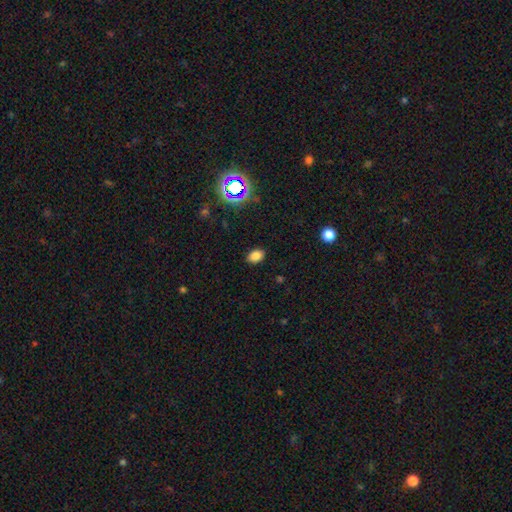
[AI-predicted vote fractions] smooth 80%, star or artifact 15%, featured or disk 5%. Down the decision tree: how rounded — in between (80%); merging — none (86%).